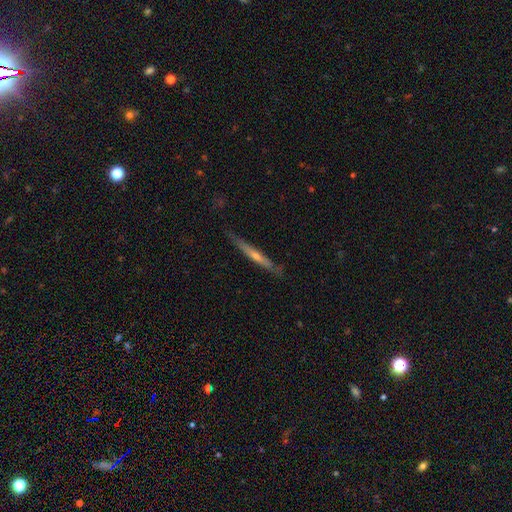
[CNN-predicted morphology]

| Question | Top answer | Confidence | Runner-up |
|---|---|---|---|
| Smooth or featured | featured or disk | 61% | smooth (33%) |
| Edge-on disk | yes | 95% | no (5%) |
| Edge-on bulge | rounded | 52% | none (42%) |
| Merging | none | 82% | minor disturbance (14%) |